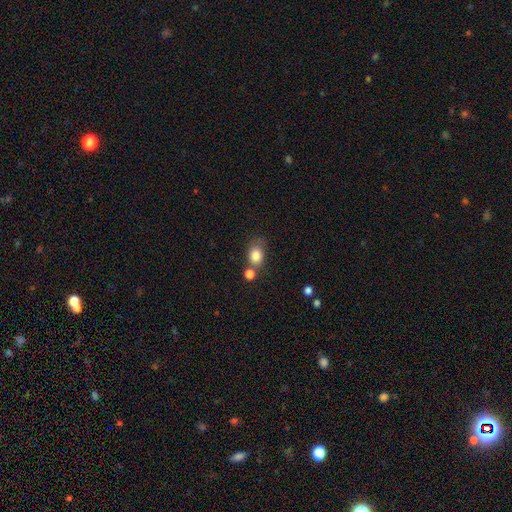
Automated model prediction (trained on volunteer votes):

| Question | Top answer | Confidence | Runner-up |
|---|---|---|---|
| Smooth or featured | smooth | 83% | star or artifact (9%) |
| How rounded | in between | 57% | round (42%) |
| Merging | none | 52% | merger (25%) |